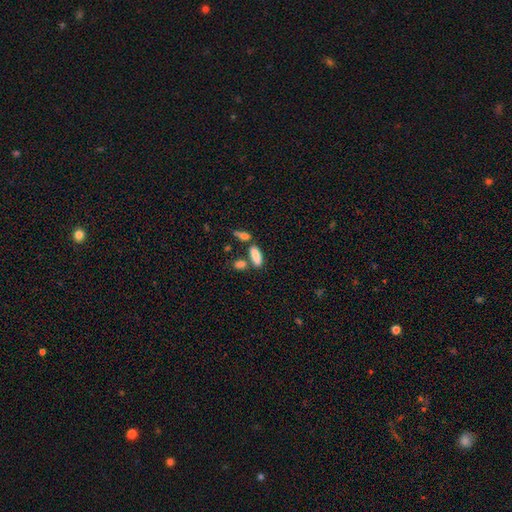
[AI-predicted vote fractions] Overall: smooth (84%). How rounded: in between (71%). Merging: none (58%; merger 24%).